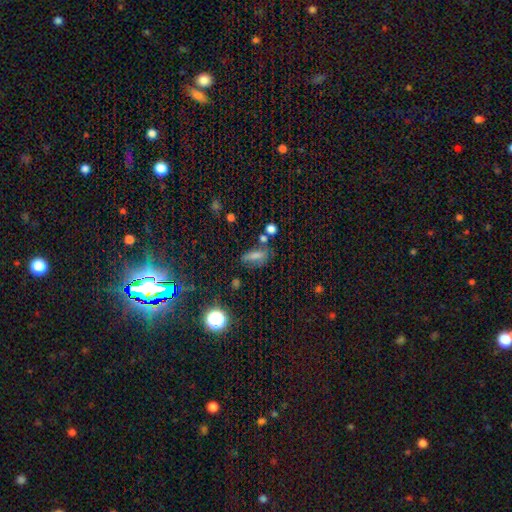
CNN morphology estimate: This is likely a smooth galaxy (67%). How rounded: likely in between (63%). Merging: possibly none (56%).